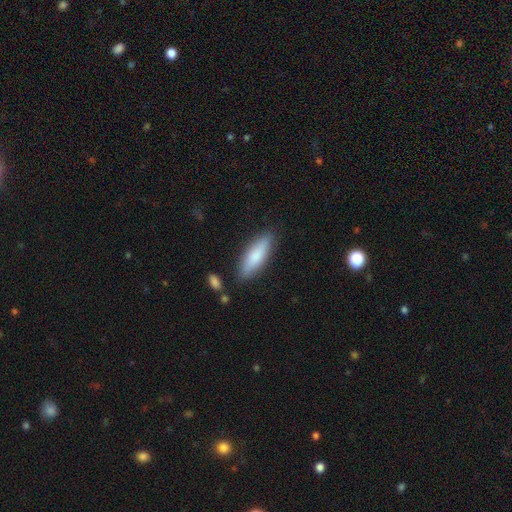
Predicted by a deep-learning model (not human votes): Smooth or featured?
  - smooth: 77% *
  - featured or disk: 18%
  - star or artifact: 6%
How rounded?
  - cigar-shaped: 55% *
  - in between: 43%
  - round: 2%
Merging?
  - none: 84% *
  - minor disturbance: 11%
  - merger: 3%
  - major disturbance: 2%